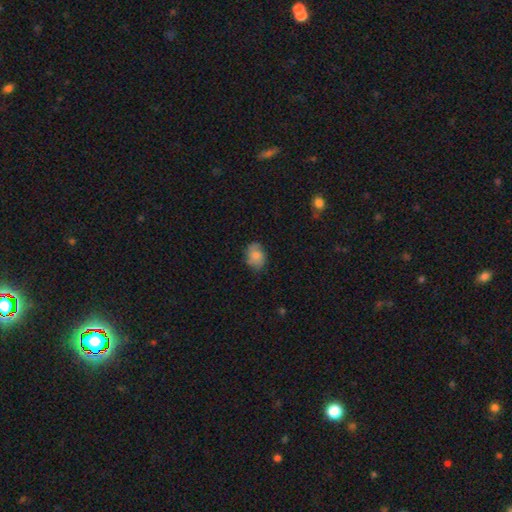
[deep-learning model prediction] Smooth or featured: smooth — 69% (featured or disk — 22%)
How rounded: in between — 68% (round — 31%)
Merging: none — 68% (minor disturbance — 24%)